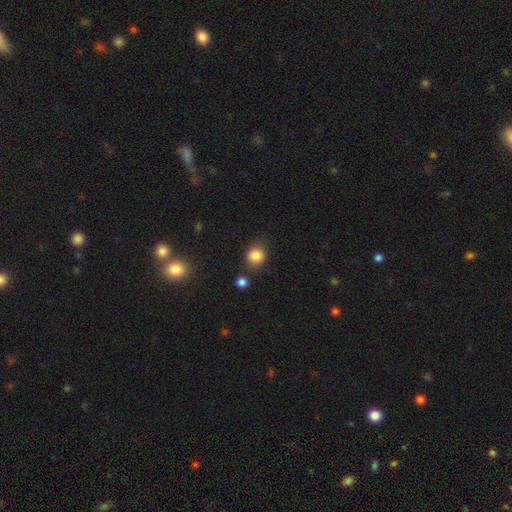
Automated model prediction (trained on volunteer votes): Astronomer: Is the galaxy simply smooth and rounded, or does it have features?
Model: smooth — 85%.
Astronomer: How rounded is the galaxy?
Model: round — 78%.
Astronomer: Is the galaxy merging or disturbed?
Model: none — 74%.